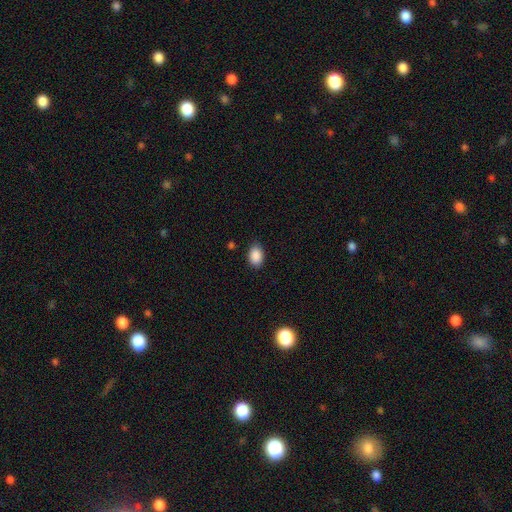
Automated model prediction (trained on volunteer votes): Smooth or featured: smooth — 89% (star or artifact — 8%)
How rounded: in between — 84% (round — 15%)
Merging: none — 85% (minor disturbance — 12%)